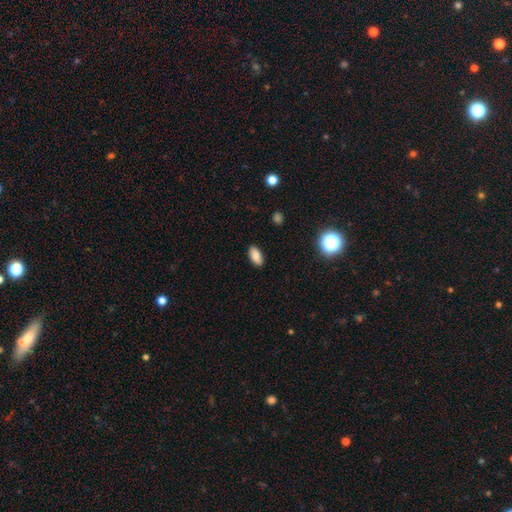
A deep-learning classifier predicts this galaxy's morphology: Overall: smooth (83%). How rounded: in between (91%). Merging: none (88%).